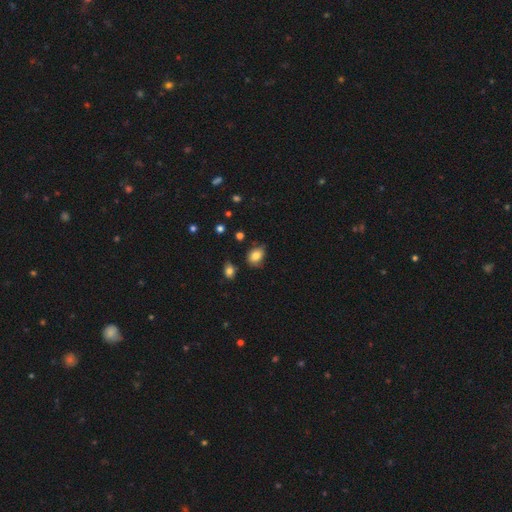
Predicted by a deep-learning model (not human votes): This appears to be a smooth galaxy with no disk features (80%) that is in between round and cigar-shaped (64%). Merging: none (64%).